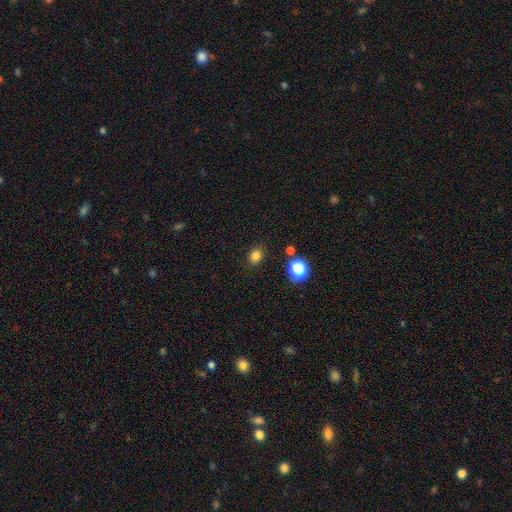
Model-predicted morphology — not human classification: Overall: smooth (80%). How rounded: round (54%; in between 45%). Merging: none (86%).